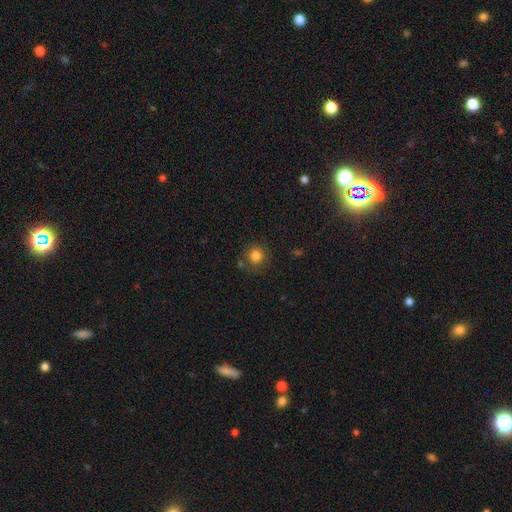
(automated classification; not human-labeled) The model was most divided on "smooth or featured": smooth: 83%, star or artifact: 12%, featured or disk: 6%. More confident: how rounded — round (93%); merging — none (81%).